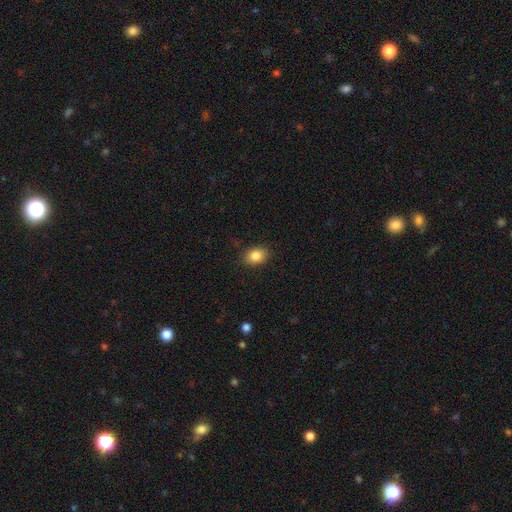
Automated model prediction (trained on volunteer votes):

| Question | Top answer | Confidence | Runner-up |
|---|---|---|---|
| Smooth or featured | smooth | 85% | star or artifact (9%) |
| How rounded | in between | 75% | round (24%) |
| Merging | none | 87% | minor disturbance (9%) |